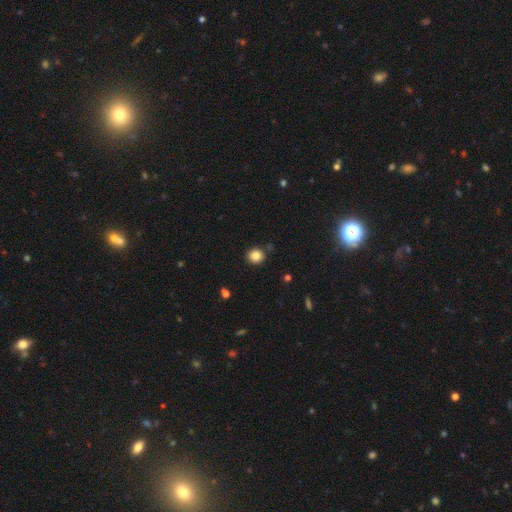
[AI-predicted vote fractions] The model was most divided on "smooth or featured": smooth: 84%, star or artifact: 11%, featured or disk: 5%. More confident: how rounded — round (87%); merging — none (86%).